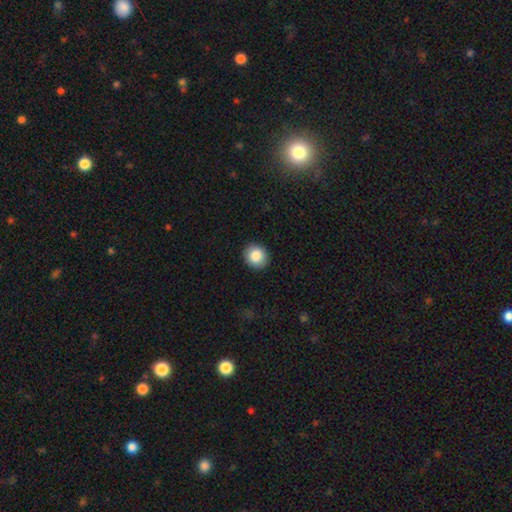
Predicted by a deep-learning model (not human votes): Overall: smooth (85%). How rounded: round (79%). Merging: none (91%).